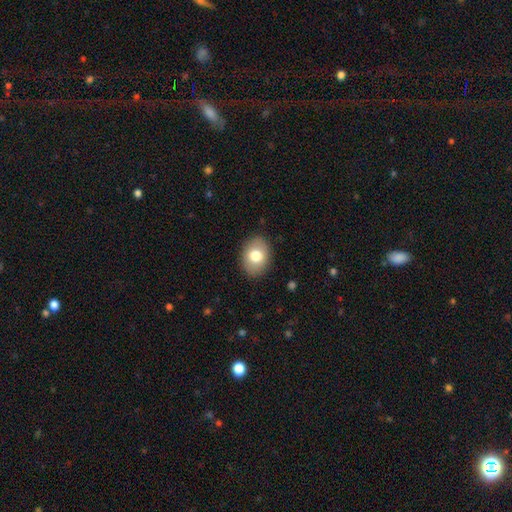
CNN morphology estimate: Smooth or featured?
  - smooth: 77% *
  - featured or disk: 15%
  - star or artifact: 8%
How rounded?
  - in between: 72% *
  - round: 27%
  - cigar-shaped: 1%
Merging?
  - none: 88% *
  - minor disturbance: 9%
  - major disturbance: 2%
  - merger: 1%